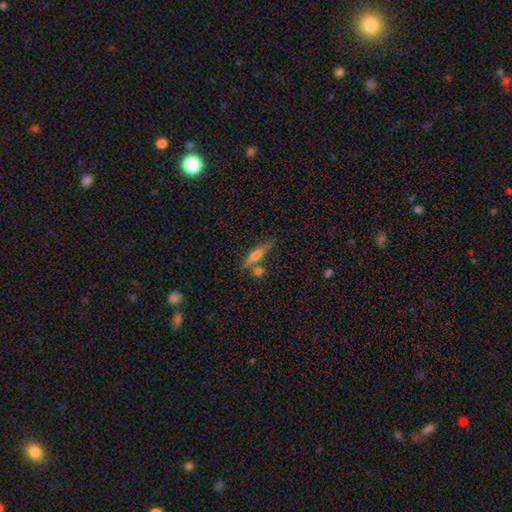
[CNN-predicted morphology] Smooth or featured? Predicted: featured or disk (p=0.54). Edge-on disk? Predicted: yes (p=0.93). Edge-on bulge? Predicted: rounded (p=0.82). Merging? Predicted: none (p=0.69).